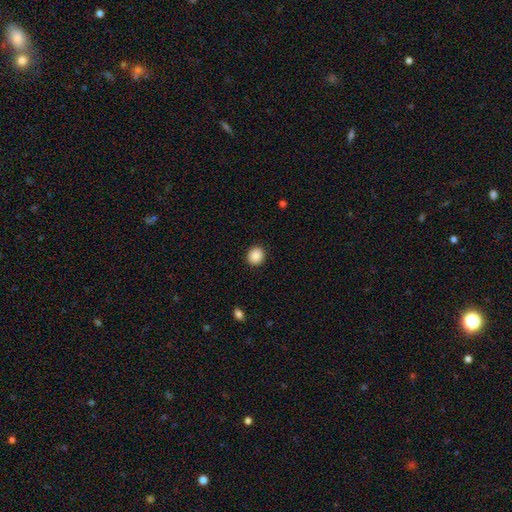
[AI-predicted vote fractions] Smooth or featured: smooth — 87% (star or artifact — 9%)
How rounded: round — 87% (in between — 12%)
Merging: none — 92% (minor disturbance — 6%)